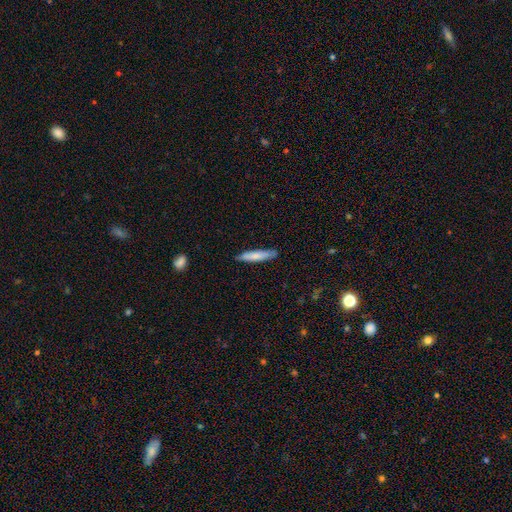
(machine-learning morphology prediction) type=smooth (74%); roundness=cigar-shaped (87%); merging=none (84%).